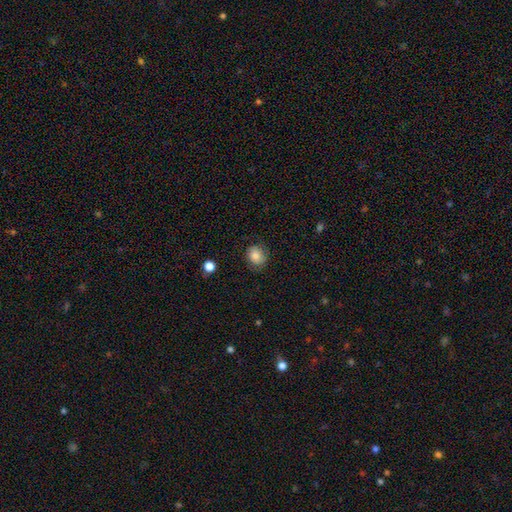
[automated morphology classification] This appears to be a smooth galaxy with no disk features (78%) that is round (69%). Merging: none (75%).